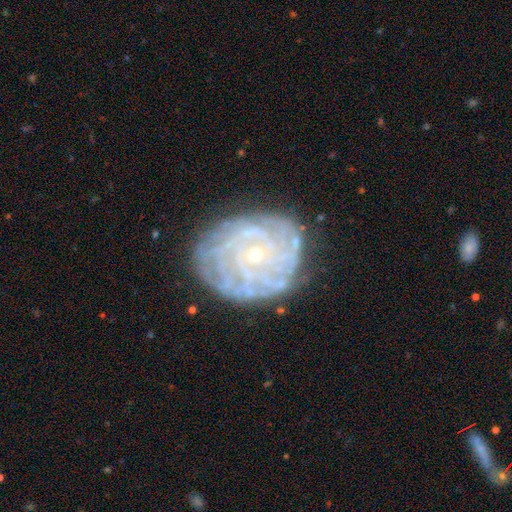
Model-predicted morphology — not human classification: A featured or disk galaxy (82%) with no bar (77%), tight (80%) spiral arms (90%) and a small central bulge (80%). Merging: none (79%).